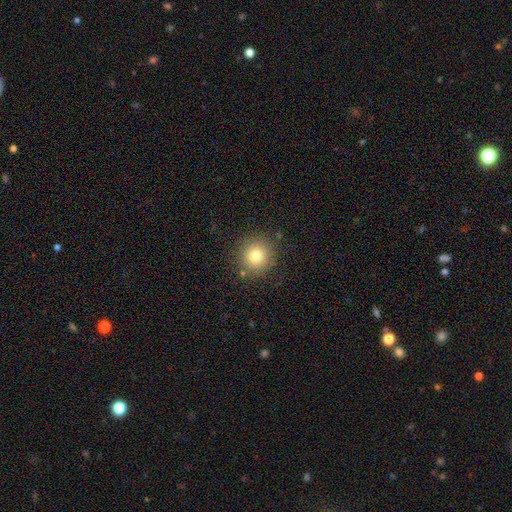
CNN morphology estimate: smooth 79%, star or artifact 12%, featured or disk 9%. Down the decision tree: how rounded — round (92%); merging — none (86%).